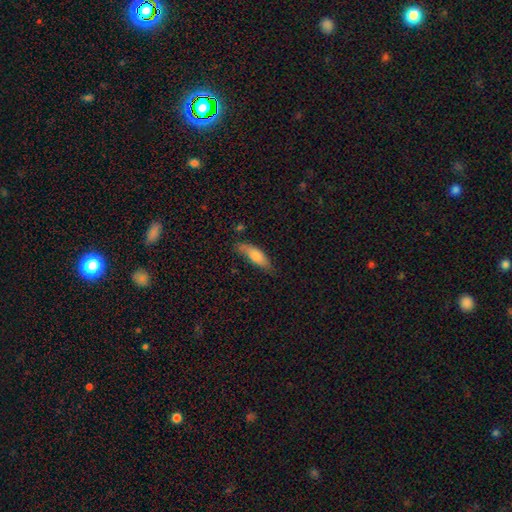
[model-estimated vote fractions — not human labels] Overall: smooth (76%). How rounded: in between (52%; cigar-shaped 46%). Merging: none (65%; minor disturbance 27%).